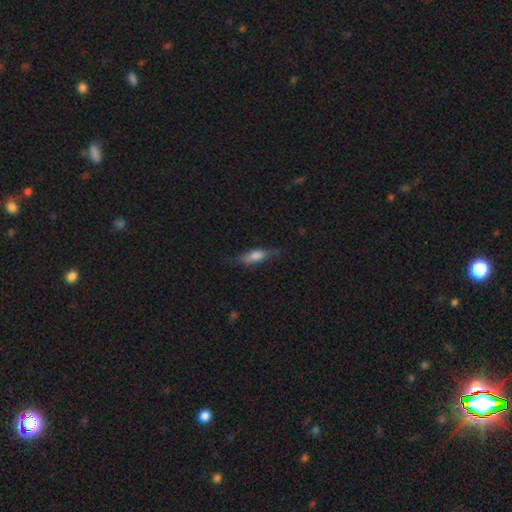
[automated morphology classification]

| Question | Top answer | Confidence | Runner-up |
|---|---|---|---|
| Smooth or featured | smooth | 66% | featured or disk (27%) |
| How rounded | in between | 50% | cigar-shaped (47%) |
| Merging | none | 69% | minor disturbance (22%) |